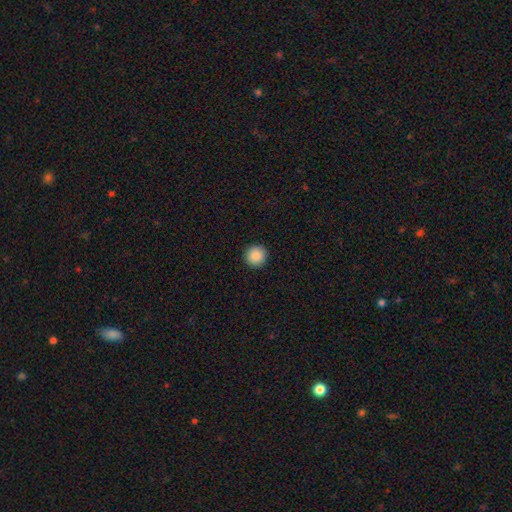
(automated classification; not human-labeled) Overall: smooth (88%). How rounded: round (96%). Merging: none (93%).